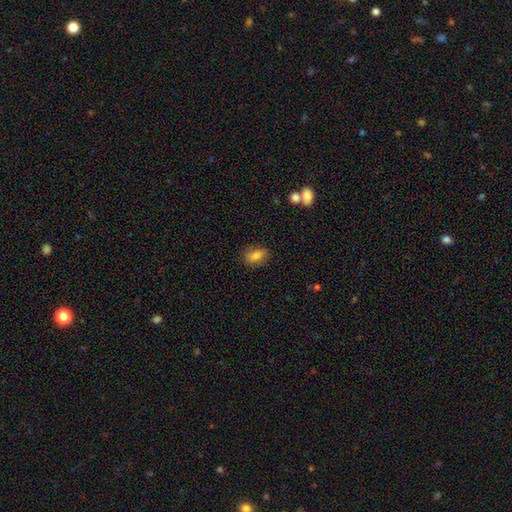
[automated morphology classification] This is likely a smooth galaxy (79%). How rounded: clearly in between (81%). Merging: likely none (78%).